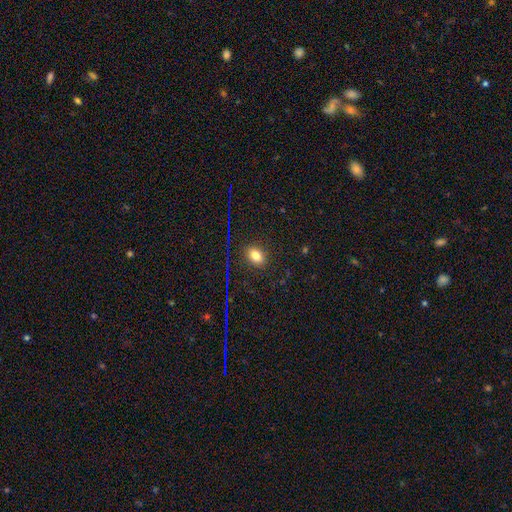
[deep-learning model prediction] Smooth or featured? Predicted: smooth (p=0.76). How rounded? Predicted: in between (p=0.69). Merging? Predicted: none (p=0.87).